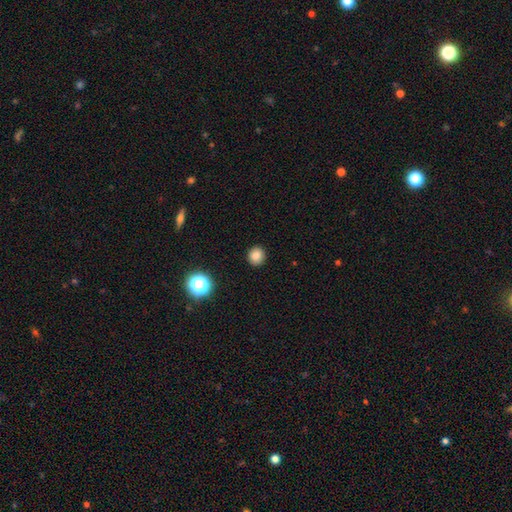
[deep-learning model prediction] A smooth galaxy with no disk features (83%) that is round (89%).

Vote fractions:
- Smooth or featured? smooth: 83% / star or artifact: 12% / featured or disk: 5%
- How rounded? round: 89% / in between: 10% / cigar-shaped: 1%
- Merging? none: 92% / minor disturbance: 5% / major disturbance: 2% / merger: 1%